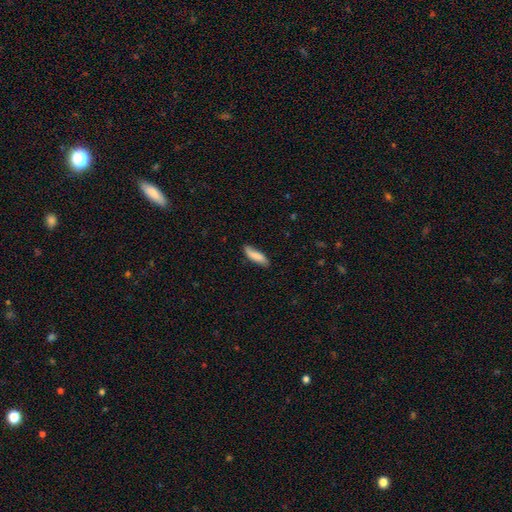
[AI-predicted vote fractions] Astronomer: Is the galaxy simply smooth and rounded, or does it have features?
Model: smooth — 84%.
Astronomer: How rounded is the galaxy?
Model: cigar-shaped — 55% (runner-up: in between, 43%).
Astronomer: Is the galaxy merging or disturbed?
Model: none — 79%.